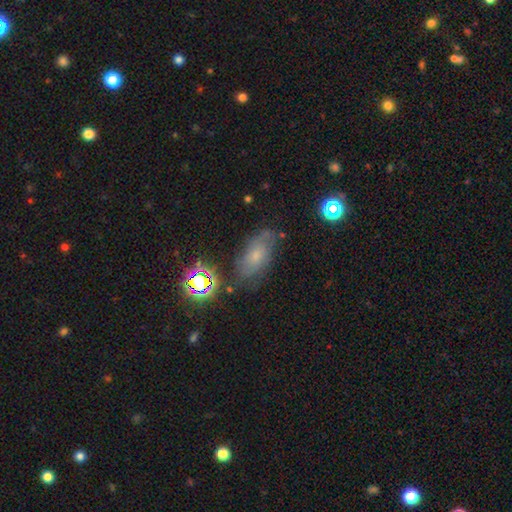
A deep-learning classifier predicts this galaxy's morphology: Smooth or featured? smooth (42%)
Merging? none (64%)